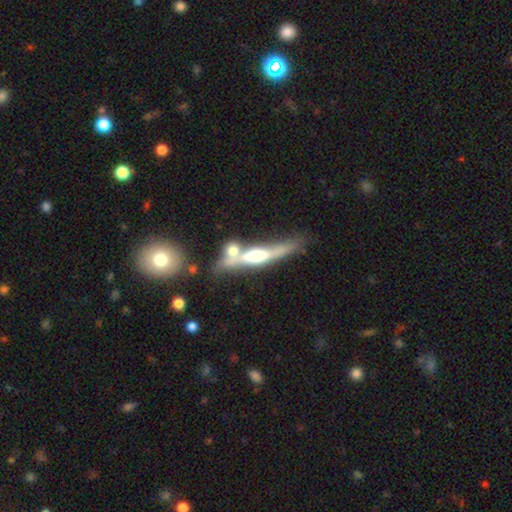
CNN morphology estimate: featured or disk 68%, smooth 25%, star or artifact 7%. Down the decision tree: edge-on disk — yes (90%); edge-on bulge — rounded (76%); merging — none (49%).